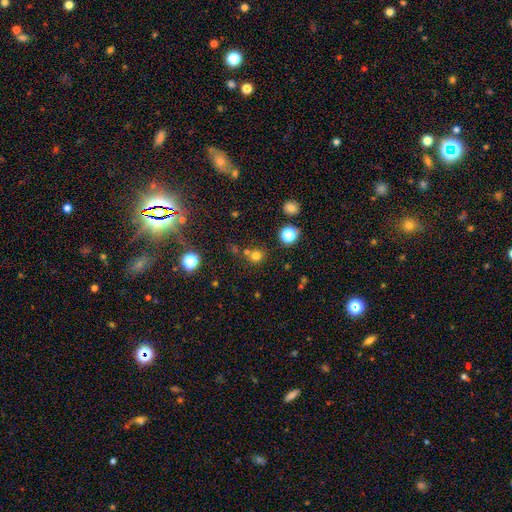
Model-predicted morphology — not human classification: This appears to be a smooth galaxy with no disk features (73%) that is round (89%). Merging: none (68%).